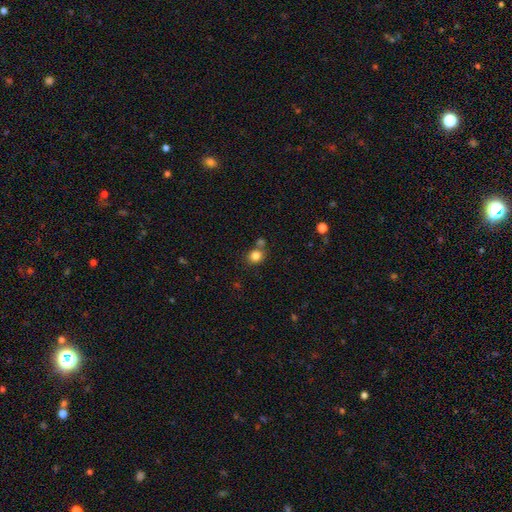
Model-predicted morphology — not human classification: Overall: smooth (83%). How rounded: round (78%). Merging: none (63%).